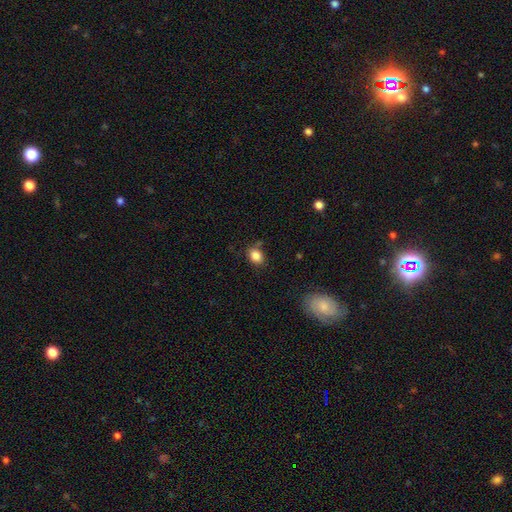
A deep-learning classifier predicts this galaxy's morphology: Smooth or featured? smooth (86%)
How rounded? in between (59%)
Merging? none (73%)